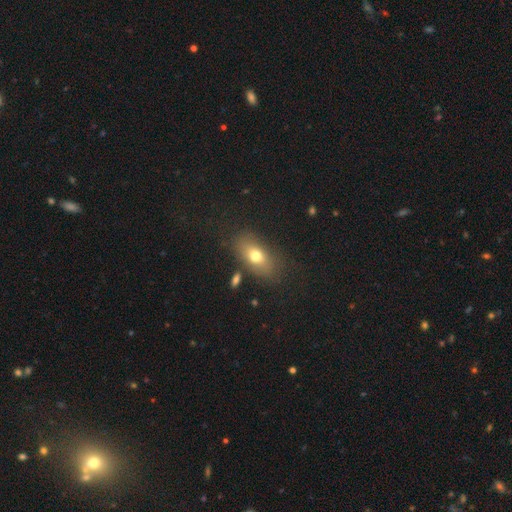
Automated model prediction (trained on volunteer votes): Morphology: type=smooth (72%); roundness=in between (84%); merging=none (74%).